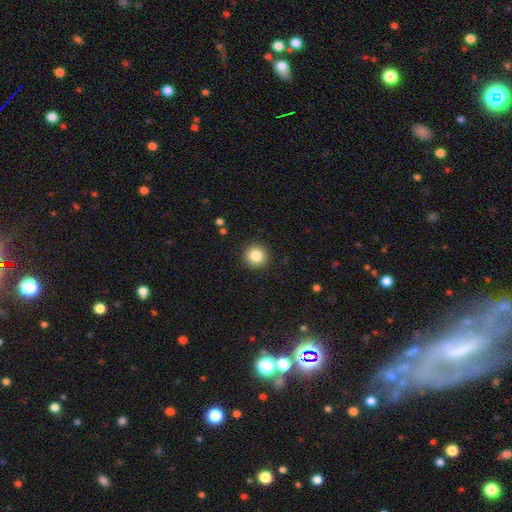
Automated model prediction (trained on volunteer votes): smooth-or-featured: smooth: 85% | star or artifact: 10% | featured or disk: 5%
  how-rounded: round: 94% | in between: 5% | cigar-shaped: 1%
  merging: none: 92% | minor disturbance: 5% | major disturbance: 2% | merger: 1%